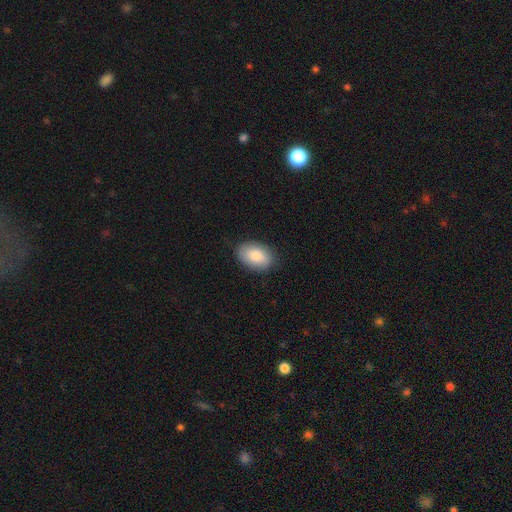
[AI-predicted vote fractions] Morphology: type=smooth (84%); roundness=in between (90%); merging=none (86%).